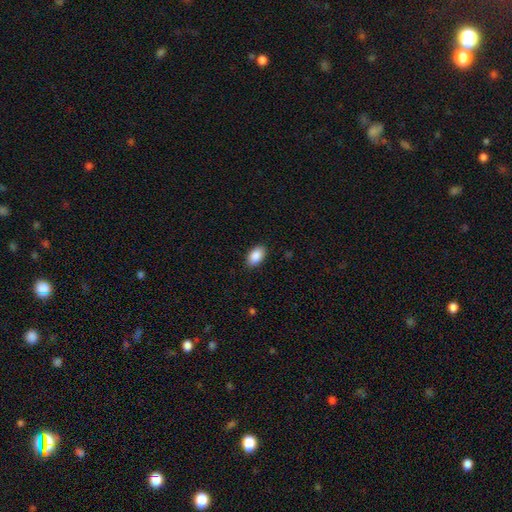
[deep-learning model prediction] A smooth galaxy with no disk features (89%) that is in between round and cigar-shaped (93%). Merging: none (89%).